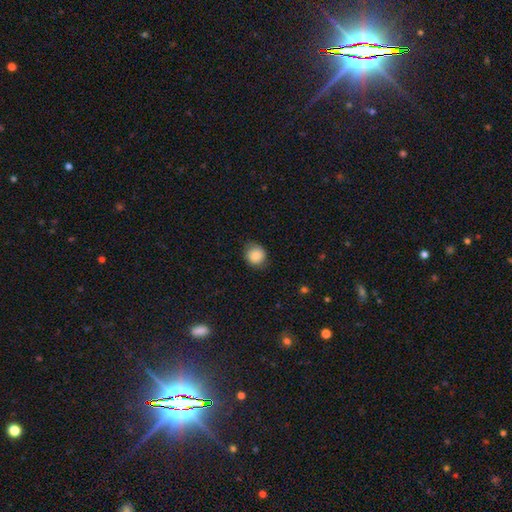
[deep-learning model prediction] Overall: smooth (86%). How rounded: round (81%). Merging: none (79%).